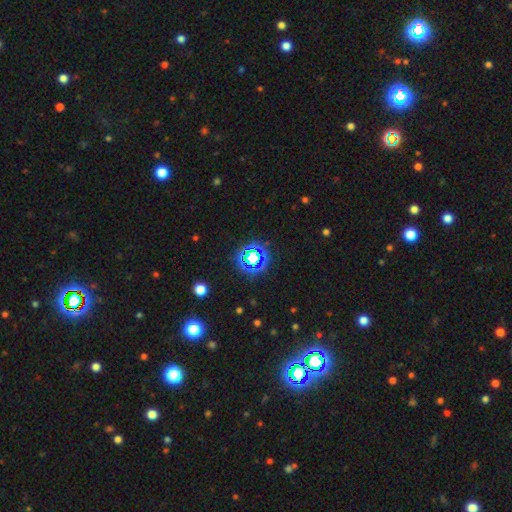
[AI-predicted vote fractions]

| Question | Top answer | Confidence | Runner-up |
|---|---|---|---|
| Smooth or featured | star or artifact | 71% | smooth (20%) |